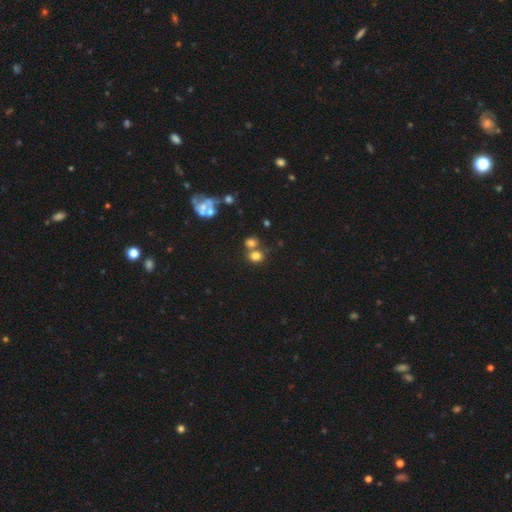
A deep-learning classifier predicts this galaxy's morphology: A smooth galaxy with no disk features (75%) that is round (67%).

Vote fractions:
- Smooth or featured? smooth: 75% / star or artifact: 15% / featured or disk: 10%
- How rounded? round: 67% / in between: 32% / cigar-shaped: 1%
- Merging? none: 46% / merger: 41% / minor disturbance: 9% / major disturbance: 4%